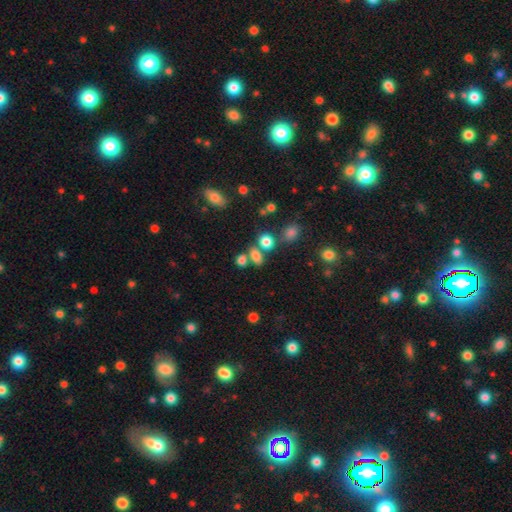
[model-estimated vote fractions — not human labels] smooth 77%, star or artifact 15%, featured or disk 8%. Down the decision tree: how rounded — in between (72%); merging — none (52%).